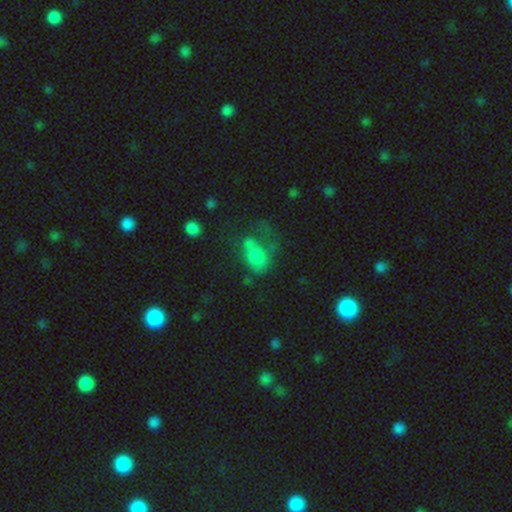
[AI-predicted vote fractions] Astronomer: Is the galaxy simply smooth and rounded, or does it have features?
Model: smooth — 68%.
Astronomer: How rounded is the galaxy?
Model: in between — 74%.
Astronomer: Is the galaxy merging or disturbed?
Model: major disturbance — 34% (runner-up: none, 26%).